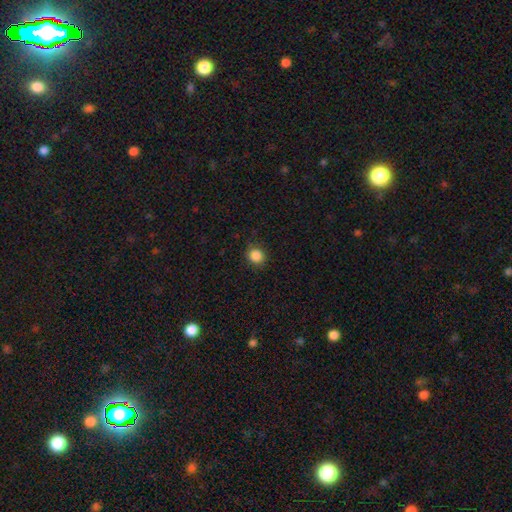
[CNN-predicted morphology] smooth_or_featured: smooth (p=0.86) [alt: star or artifact p=0.11]
how_rounded: round (p=0.83) [alt: in between p=0.16]
merging: none (p=0.88) [alt: minor disturbance p=0.09]